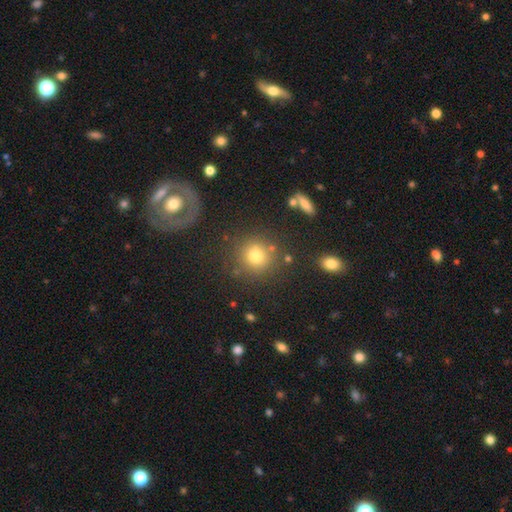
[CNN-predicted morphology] Q: Smooth or featured?
A: smooth (73%); runner-up: star or artifact (14%)
Q: How rounded?
A: round (88%); runner-up: in between (10%)
Q: Merging?
A: none (77%); runner-up: minor disturbance (10%)